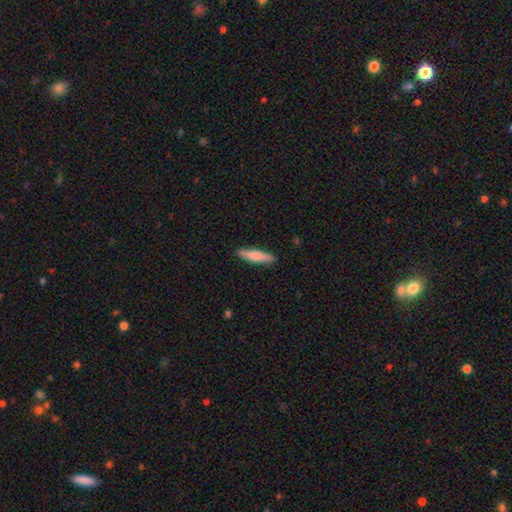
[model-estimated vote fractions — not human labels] smooth_or_featured: smooth (p=0.72) [alt: featured or disk p=0.23]
how_rounded: cigar-shaped (p=0.81) [alt: in between p=0.17]
merging: none (p=0.90) [alt: minor disturbance p=0.08]